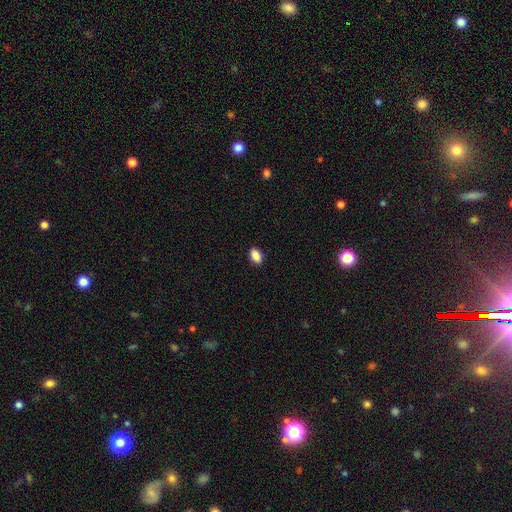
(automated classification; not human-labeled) A smooth galaxy with no disk features (89%) that is in between round and cigar-shaped (90%). Merging: none (89%).